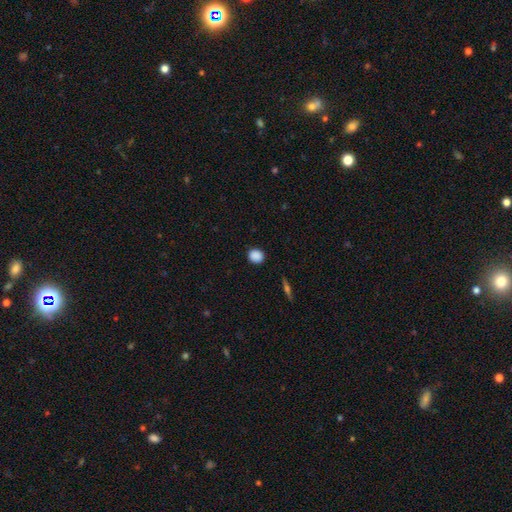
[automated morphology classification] This appears to be a smooth galaxy with no disk features (88%) that is round (80%). Merging: none (90%).